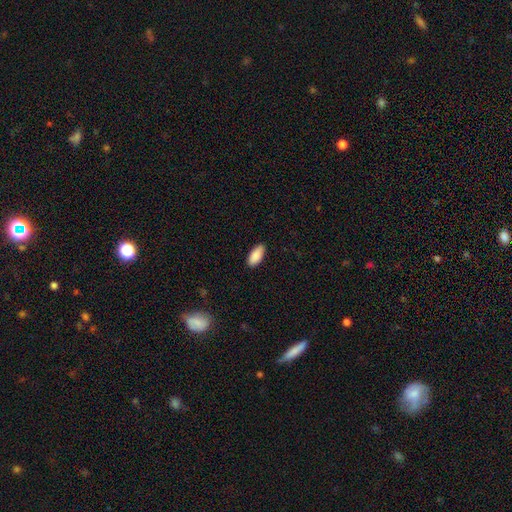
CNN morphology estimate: smooth_or_featured: smooth (p=0.89) [alt: star or artifact p=0.06]
how_rounded: in between (p=0.88) [alt: cigar-shaped p=0.10]
merging: none (p=0.87) [alt: minor disturbance p=0.10]